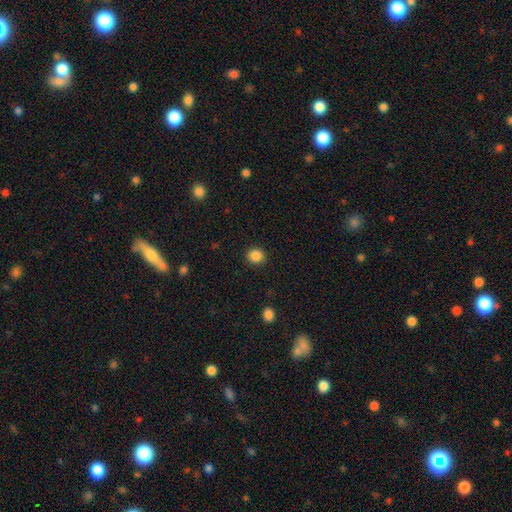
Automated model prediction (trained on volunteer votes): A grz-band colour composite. It shows a smooth galaxy with no disk features (87%) that is round (81%). Merging: none (90%).